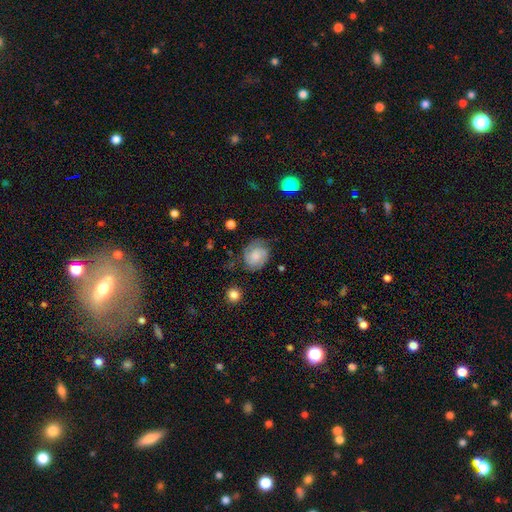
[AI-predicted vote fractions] smooth-or-featured: featured or disk: 59% | smooth: 33% | star or artifact: 9%
  disk-edge-on: no: 98% | yes: 2%
    bar: no: 63% | weak: 32% | strong: 5%
    has-spiral-arms: yes: 92% | no: 8%
      spiral-winding: tight: 53% | medium: 37% | loose: 10%
      spiral-arm-count: 2: 74% | can't tell: 14% | 3: 5% | 1: 3% | 4: 2% | more than 4: 2%
    bulge-size: small: 31% | moderate: 28% | none: 25% | large: 14% | dominant: 3%
  merging: none: 71% | minor disturbance: 19% | major disturbance: 8% | merger: 2%